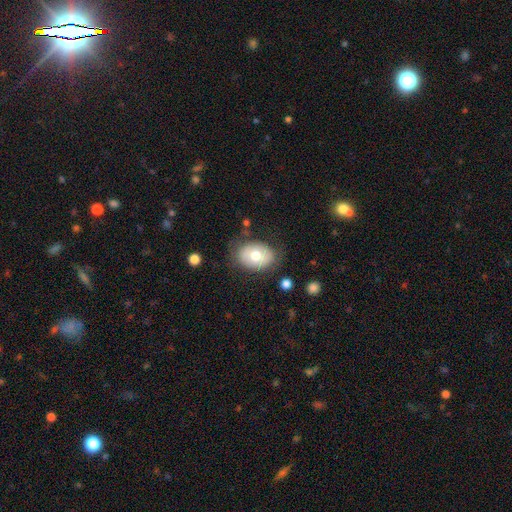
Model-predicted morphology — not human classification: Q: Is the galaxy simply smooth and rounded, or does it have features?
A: smooth — 69%.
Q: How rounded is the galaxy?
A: in between — 76%.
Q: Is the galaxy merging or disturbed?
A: none — 76%.